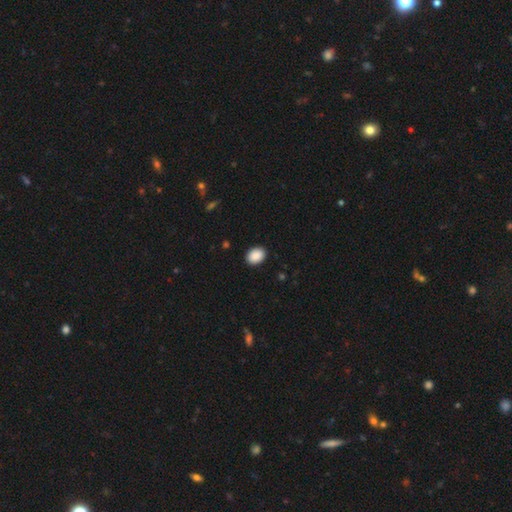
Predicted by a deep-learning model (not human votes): Morphology: type=smooth (90%); roundness=in between (69%); merging=none (90%).